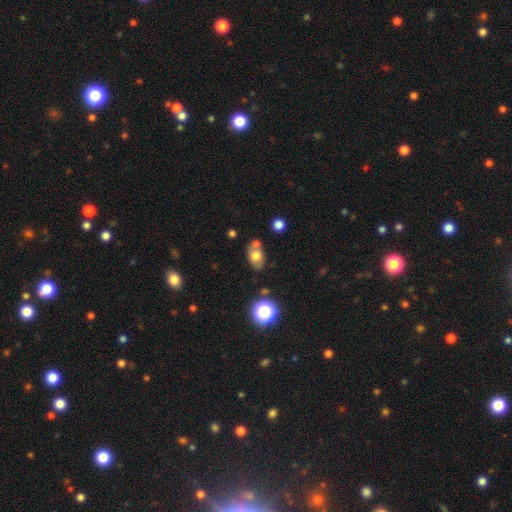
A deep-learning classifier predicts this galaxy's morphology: Smooth or featured: smooth — 70% (featured or disk — 18%)
How rounded: in between — 79% (round — 20%)
Merging: none — 56% (merger — 23%)